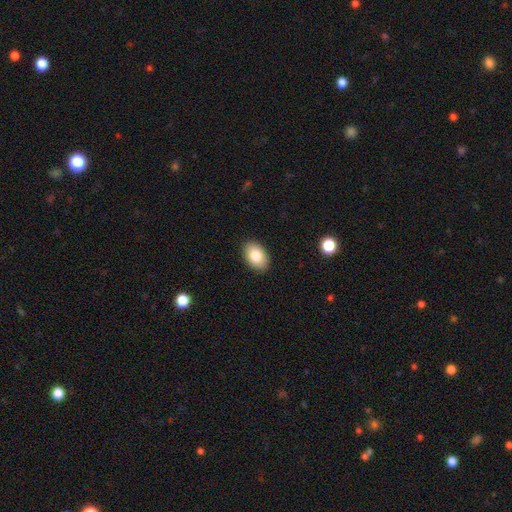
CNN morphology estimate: Smooth or featured? smooth (83%)
How rounded? in between (90%)
Merging? none (89%)